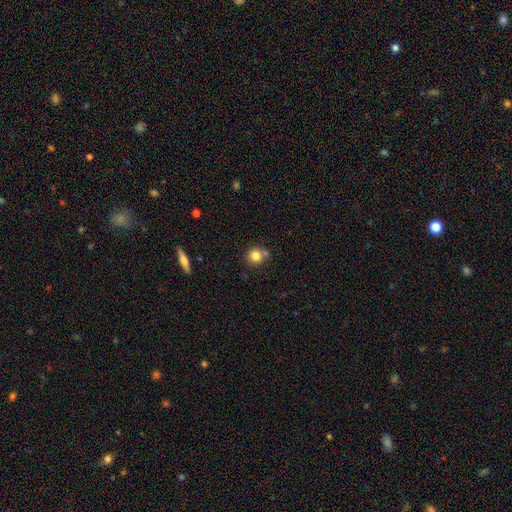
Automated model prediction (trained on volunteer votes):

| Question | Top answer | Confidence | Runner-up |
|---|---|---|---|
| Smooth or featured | smooth | 81% | star or artifact (11%) |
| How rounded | round | 91% | in between (8%) |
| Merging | none | 69% | merger (18%) |